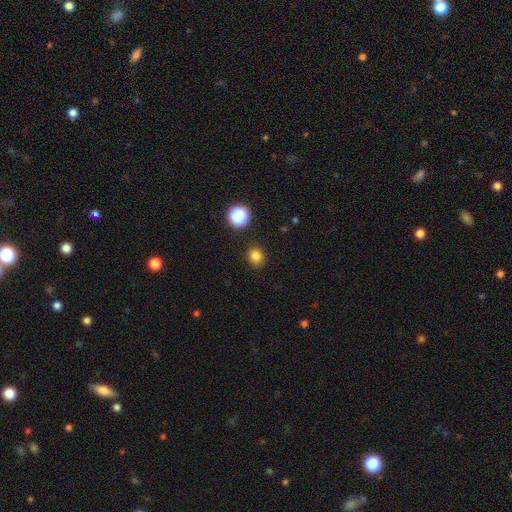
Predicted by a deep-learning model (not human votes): This appears to be a smooth galaxy with no disk features (80%) that is round (77%). Merging: none (87%).